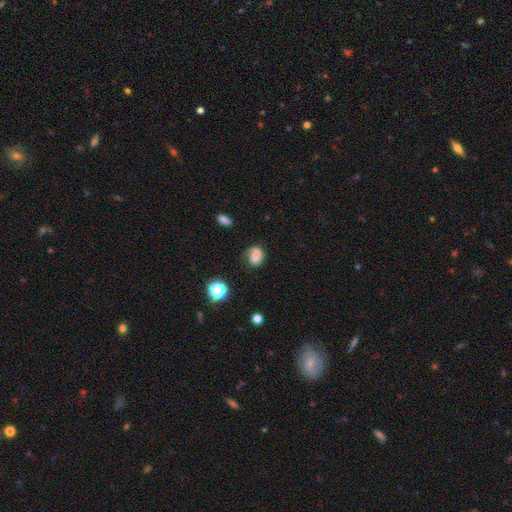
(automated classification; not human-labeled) A smooth galaxy with no disk features (60%) that is in between round and cigar-shaped (55%). Merging: none (55%).